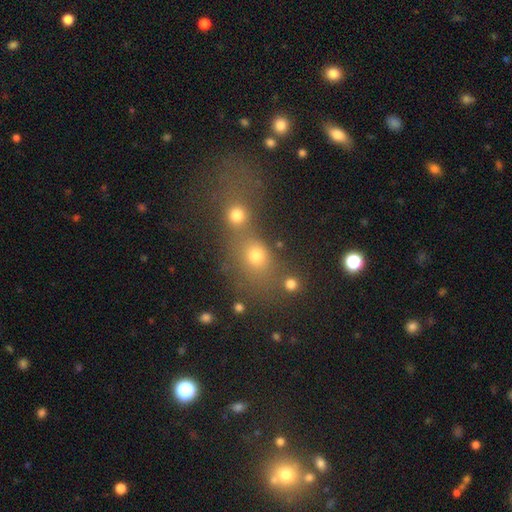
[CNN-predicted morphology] This is likely a smooth galaxy (68%). How rounded: likely round (61%). Merging: possibly merger (55%).